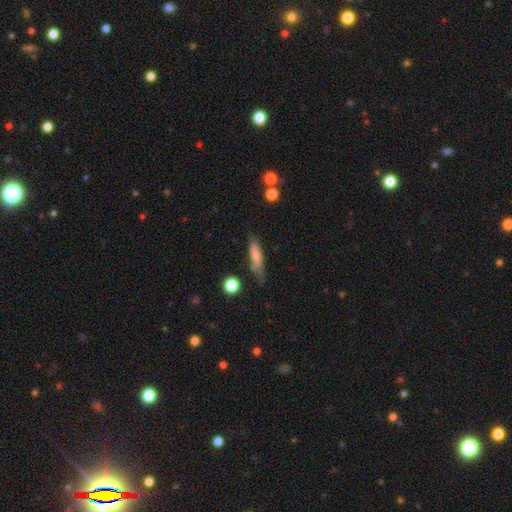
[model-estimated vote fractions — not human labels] Overall: smooth (73%). How rounded: cigar-shaped (76%). Merging: none (65%).